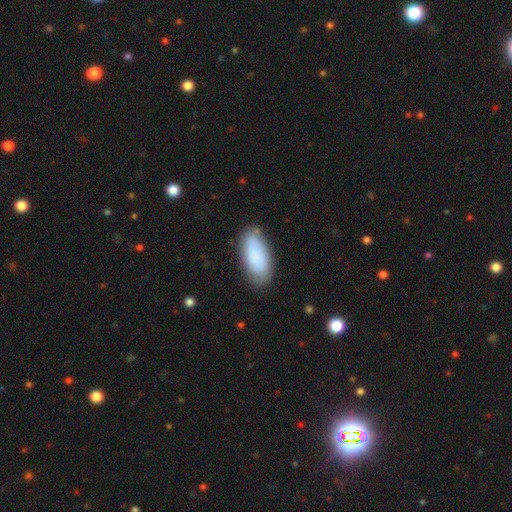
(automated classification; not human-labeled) Smooth or featured? Predicted: smooth (p=0.83). How rounded? Predicted: in between (p=0.87). Merging? Predicted: none (p=0.78).